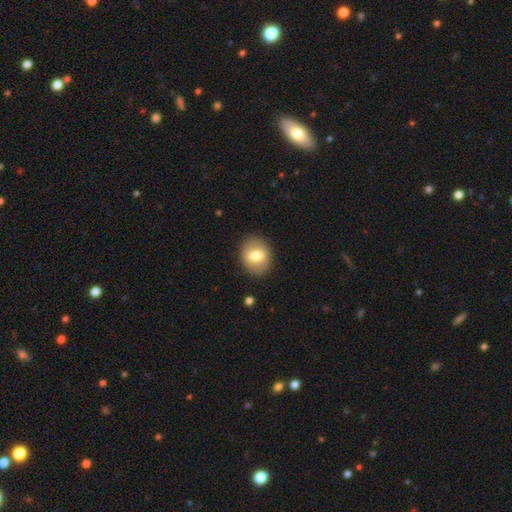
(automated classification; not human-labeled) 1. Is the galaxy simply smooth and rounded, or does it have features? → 69% smooth, 23% featured or disk, 7% star or artifact.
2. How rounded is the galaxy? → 51% in between, 48% round, 1% cigar-shaped.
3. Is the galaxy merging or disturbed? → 86% none, 9% minor disturbance, 3% major disturbance, 1% merger.